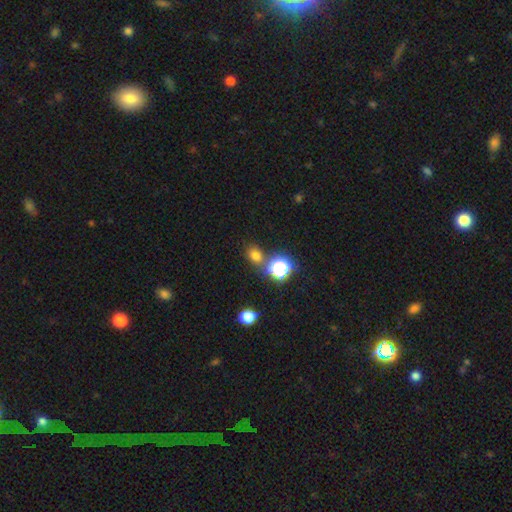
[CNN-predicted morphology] smooth-or-featured: smooth: 70% | star or artifact: 24% | featured or disk: 6%
  how-rounded: round: 61% | in between: 38% | cigar-shaped: 1%
  merging: none: 71% | merger: 15% | minor disturbance: 10% | major disturbance: 4%